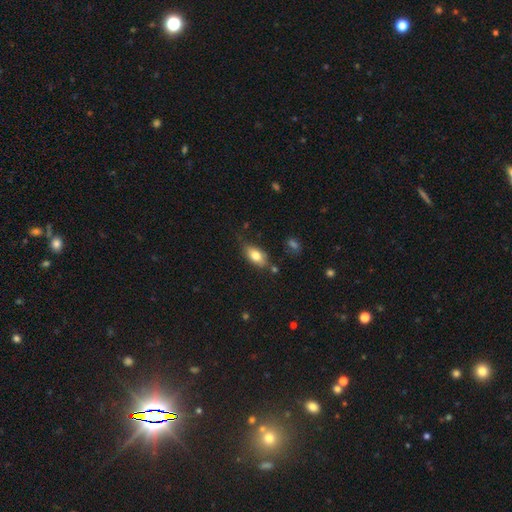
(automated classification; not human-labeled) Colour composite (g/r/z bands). It shows a smooth galaxy with no disk features (78%) that is in between round and cigar-shaped (88%). Merging: none (67%).